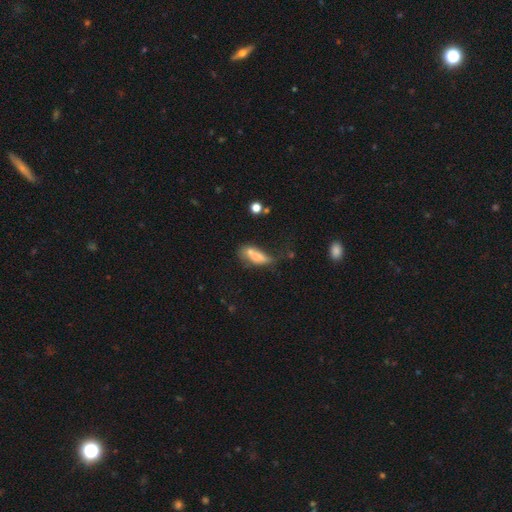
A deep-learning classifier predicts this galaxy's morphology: A smooth galaxy with no disk features (64%) that is in between round and cigar-shaped (79%).

Vote fractions:
- Smooth or featured? smooth: 64% / featured or disk: 24% / star or artifact: 12%
- How rounded? in between: 79% / cigar-shaped: 13% / round: 7%
- Merging? merger: 39% / none: 22% / major disturbance: 21% / minor disturbance: 19%